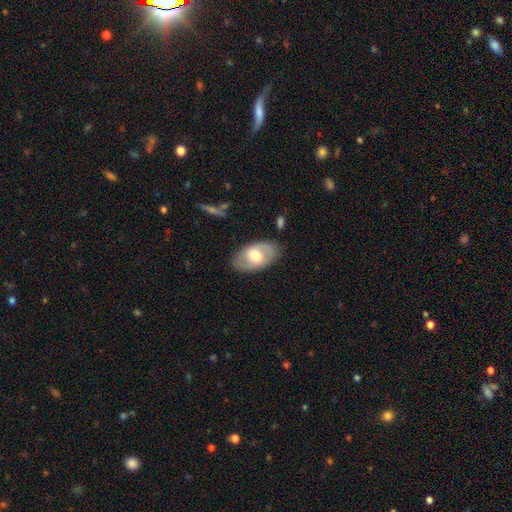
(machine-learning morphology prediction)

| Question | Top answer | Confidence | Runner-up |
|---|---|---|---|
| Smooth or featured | smooth | 48% | featured or disk (46%) |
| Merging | none | 82% | minor disturbance (13%) |